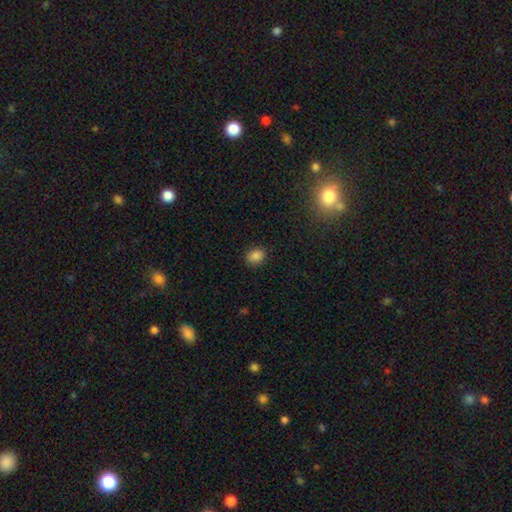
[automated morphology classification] smooth-or-featured: smooth: 85% | star or artifact: 12% | featured or disk: 4%
  how-rounded: round: 51% | in between: 48% | cigar-shaped: 1%
  merging: none: 87% | minor disturbance: 9% | major disturbance: 2% | merger: 1%